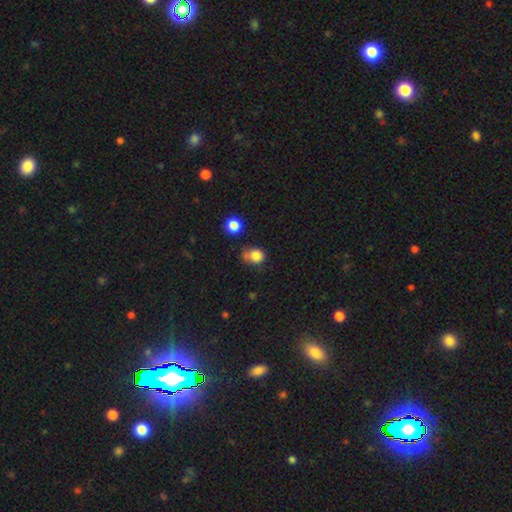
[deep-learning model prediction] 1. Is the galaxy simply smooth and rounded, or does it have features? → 81% smooth, 12% star or artifact, 6% featured or disk.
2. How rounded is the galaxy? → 69% round, 30% in between, 1% cigar-shaped.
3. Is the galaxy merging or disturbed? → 49% none, 24% minor disturbance, 19% merger, 8% major disturbance.